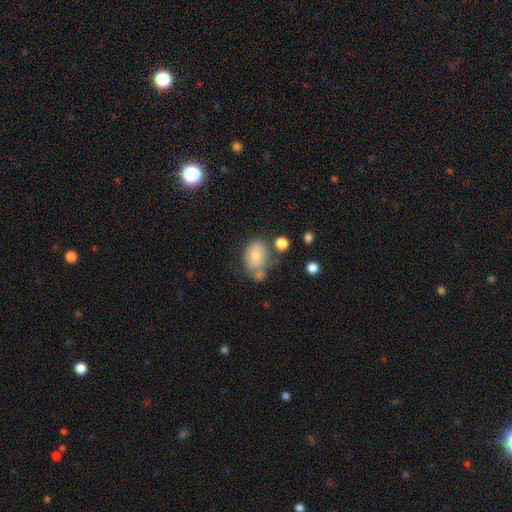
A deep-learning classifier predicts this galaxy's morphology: A smooth galaxy with no disk features (71%) that is in between round and cigar-shaped (63%).

Vote fractions:
- Smooth or featured? smooth: 71% / featured or disk: 21% / star or artifact: 9%
- How rounded? in between: 63% / round: 36% / cigar-shaped: 1%
- Merging? none: 47% / merger: 22% / minor disturbance: 22% / major disturbance: 8%